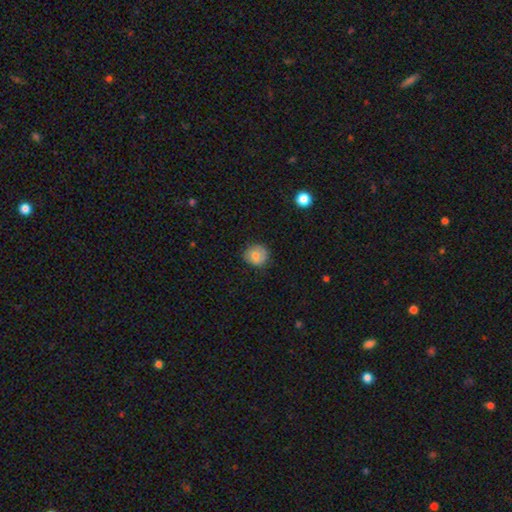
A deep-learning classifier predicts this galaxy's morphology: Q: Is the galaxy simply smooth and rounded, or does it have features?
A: smooth — 73%.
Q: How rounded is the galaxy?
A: round — 85%.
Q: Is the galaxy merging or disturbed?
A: none — 80%.